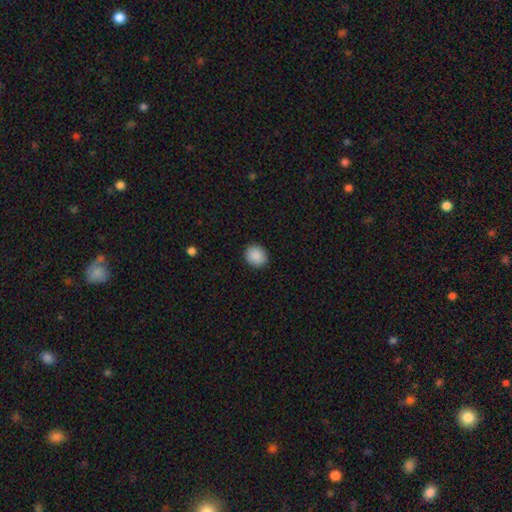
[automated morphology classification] This is clearly a smooth galaxy (89%). How rounded: likely round (75%). Merging: clearly none (90%).